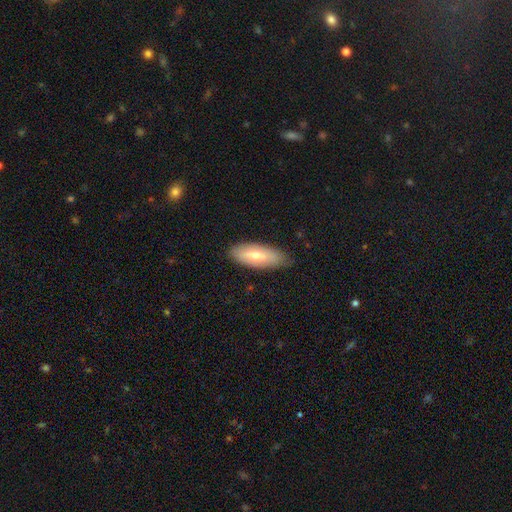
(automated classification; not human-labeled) This appears to be a smooth galaxy with no disk features (62%) that is in between round and cigar-shaped (76%). Merging: none (81%).